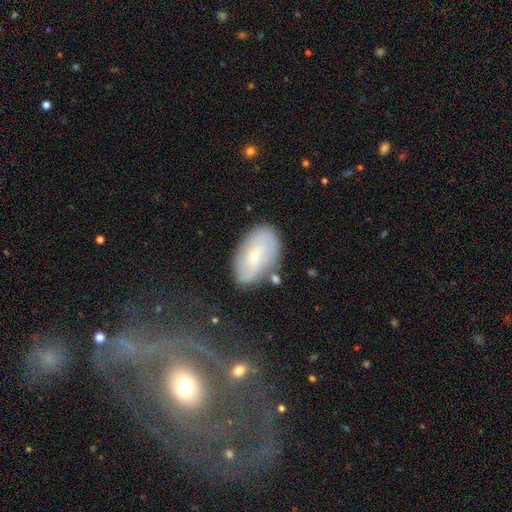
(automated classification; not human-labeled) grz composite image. It shows a smooth galaxy with no disk features (47%). Merging: none (73%).